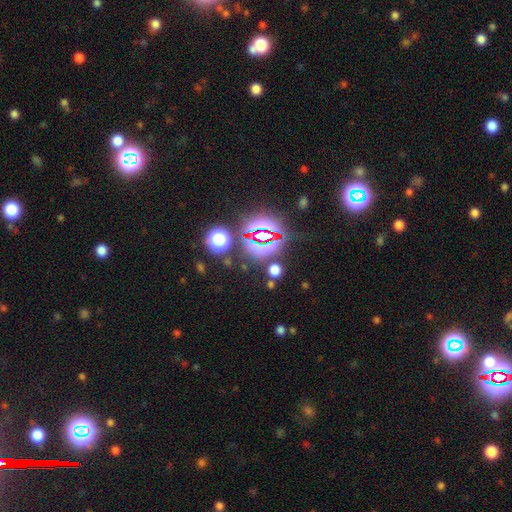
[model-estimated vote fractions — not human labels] Smooth or featured? Predicted: star or artifact (p=0.80).